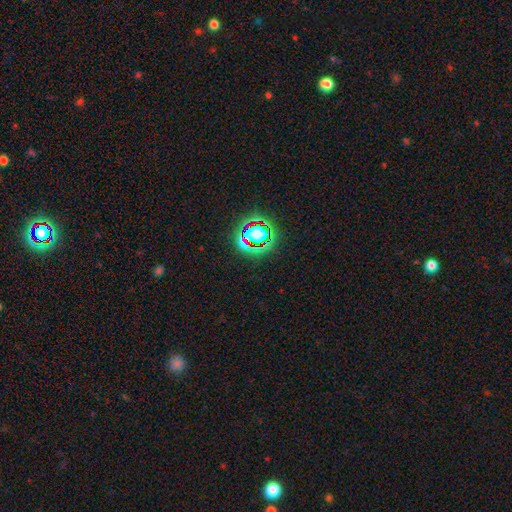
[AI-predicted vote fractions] Smooth or featured: star or artifact — 80% (smooth — 13%)